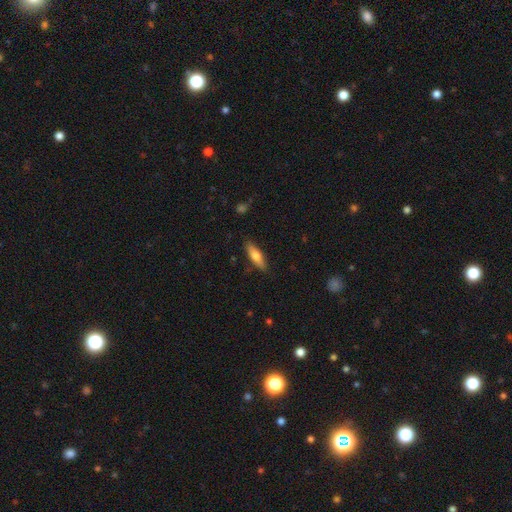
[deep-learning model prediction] Q: Smooth or featured?
A: smooth (67%); runner-up: featured or disk (27%)
Q: How rounded?
A: cigar-shaped (54%); runner-up: in between (43%)
Q: Merging?
A: none (85%); runner-up: minor disturbance (11%)